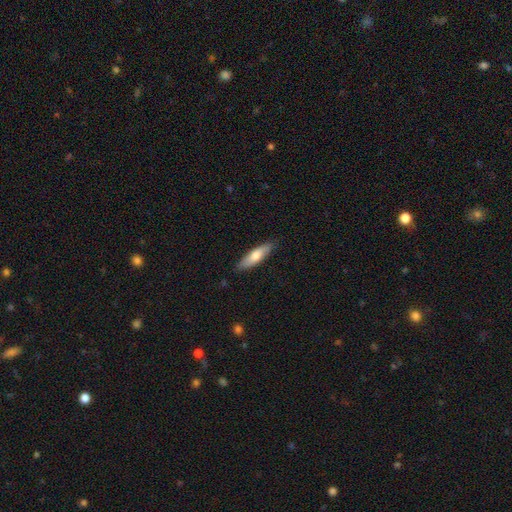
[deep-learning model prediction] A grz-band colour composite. It shows a smooth galaxy with no disk features (68%) that is cigar-shaped (61%). Merging: none (85%).